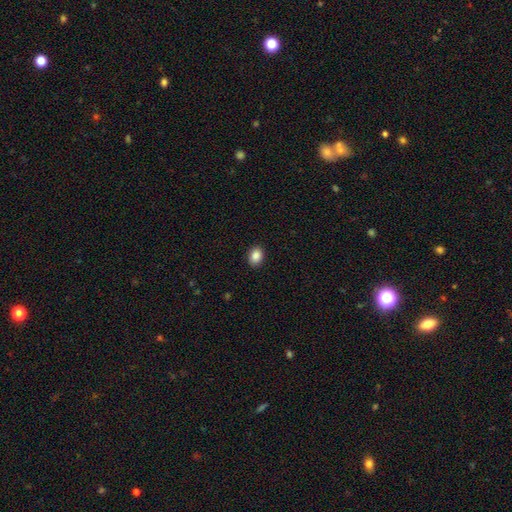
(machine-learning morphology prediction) A smooth galaxy with no disk features (88%) that is in between round and cigar-shaped (65%). Merging: none (90%).